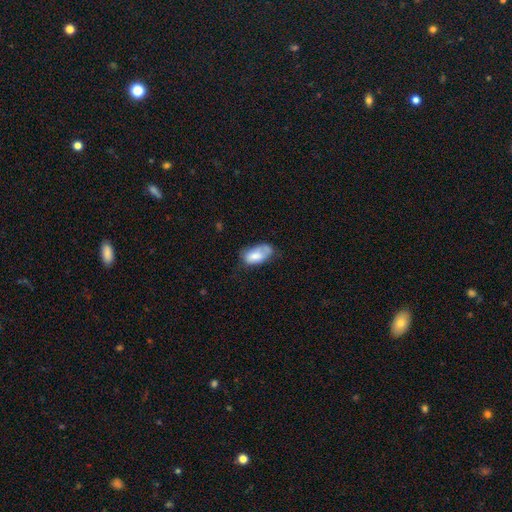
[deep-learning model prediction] smooth-or-featured: smooth: 73% | featured or disk: 20% | star or artifact: 7%
  how-rounded: in between: 93% | round: 4% | cigar-shaped: 3%
  merging: none: 43% | minor disturbance: 35% | major disturbance: 16% | merger: 6%